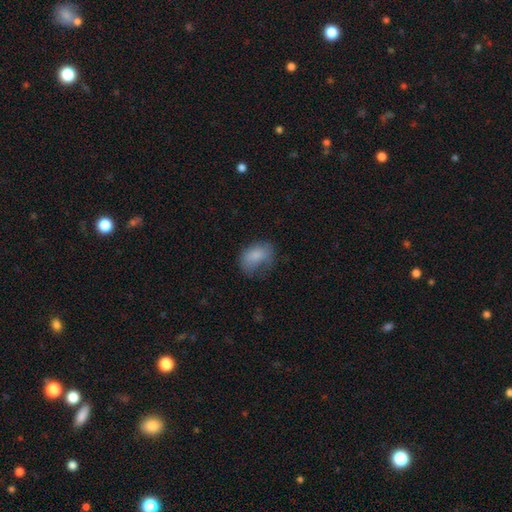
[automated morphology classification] Smooth or featured? smooth (80%)
How rounded? in between (82%)
Merging? none (46%)